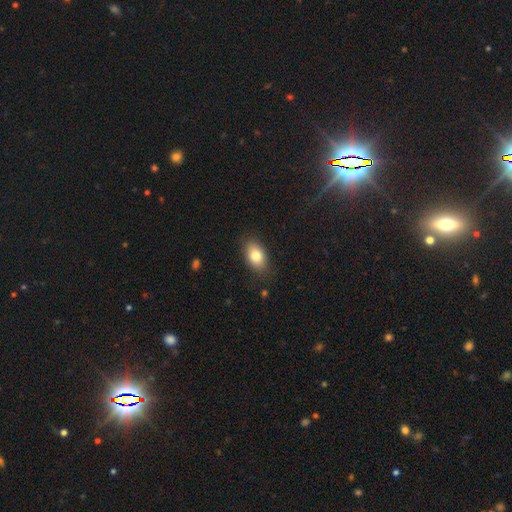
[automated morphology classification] smooth_or_featured: smooth (p=0.81) [alt: featured or disk p=0.11]
how_rounded: in between (p=0.88) [alt: round p=0.10]
merging: none (p=0.84) [alt: minor disturbance p=0.12]